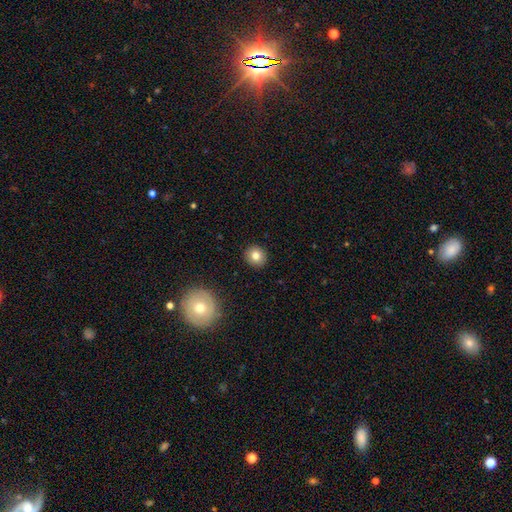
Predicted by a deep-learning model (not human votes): smooth-or-featured: smooth: 80% | star or artifact: 11% | featured or disk: 10%
  how-rounded: round: 89% | in between: 10% | cigar-shaped: 1%
  merging: none: 91% | minor disturbance: 6% | major disturbance: 2% | merger: 1%